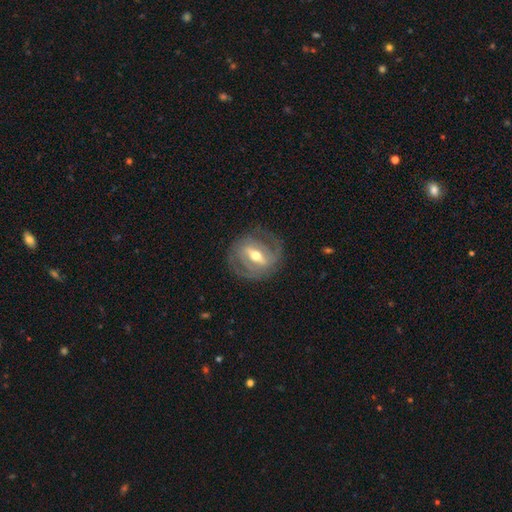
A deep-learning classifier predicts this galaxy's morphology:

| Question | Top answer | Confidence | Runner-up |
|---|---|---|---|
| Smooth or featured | featured or disk | 81% | smooth (13%) |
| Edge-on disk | no | 90% | yes (10%) |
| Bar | strong | 62% | weak (28%) |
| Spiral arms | yes | 79% | no (21%) |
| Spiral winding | tight | 48% | medium (38%) |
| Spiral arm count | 2 | 69% | can't tell (17%) |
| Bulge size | moderate | 72% | small (19%) |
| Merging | none | 75% | minor disturbance (15%) |